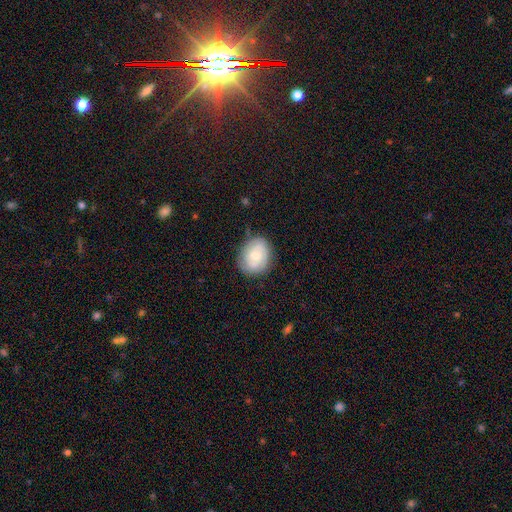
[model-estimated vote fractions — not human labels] smooth 52%, featured or disk 41%, star or artifact 7%. Down the decision tree: how rounded — round (53%); merging — none (75%).